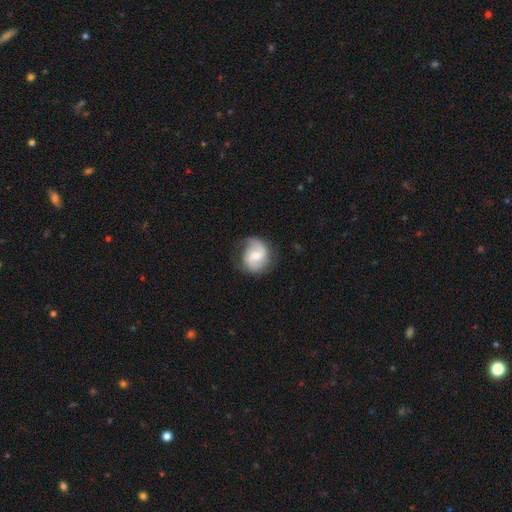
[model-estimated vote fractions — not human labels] Smooth or featured? Predicted: featured or disk (p=0.70). Edge-on disk? Predicted: no (p=0.98). Bar? Predicted: weak (p=0.50). Spiral arms? Predicted: yes (p=0.93). Spiral winding? Predicted: medium (p=0.46). Spiral arm count? Predicted: 2 (p=0.85). Bulge size? Predicted: moderate (p=0.58). Merging? Predicted: none (p=0.73).